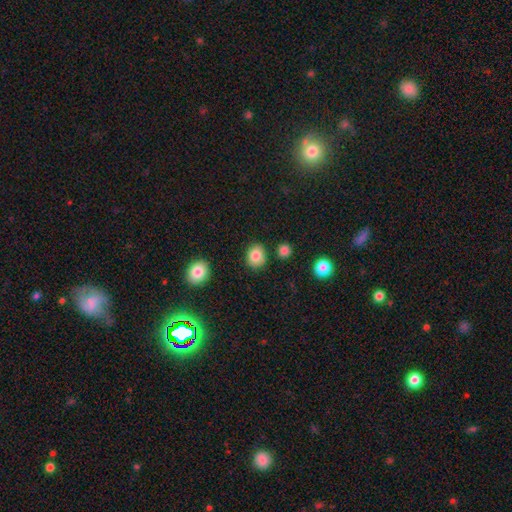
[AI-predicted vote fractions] smooth_or_featured: smooth (p=0.85) [alt: star or artifact p=0.09]
how_rounded: round (p=0.55) [alt: in between p=0.44]
merging: none (p=0.81) [alt: minor disturbance p=0.12]